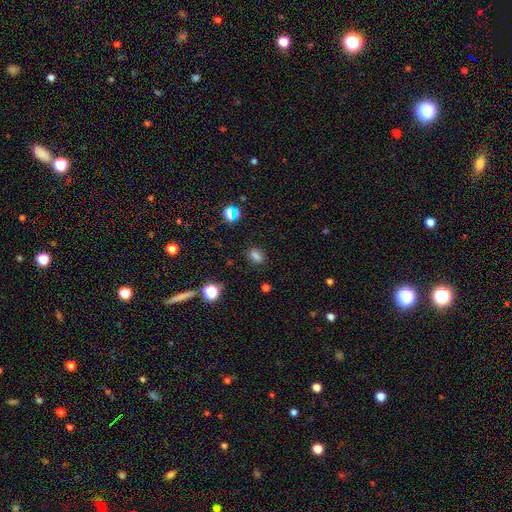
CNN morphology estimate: This is likely a smooth galaxy (76%). How rounded: likely in between (70%). Merging: clearly none (84%).